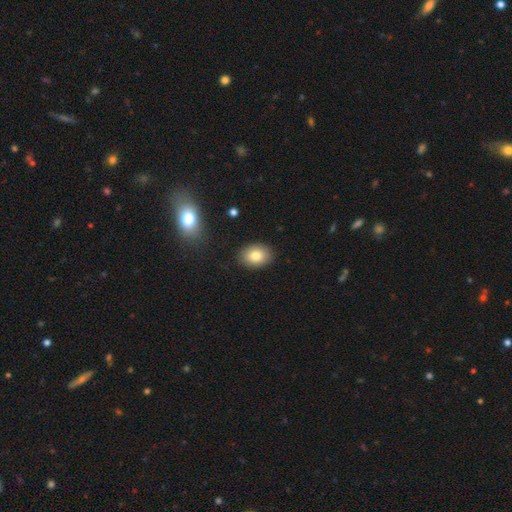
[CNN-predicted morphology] smooth-or-featured: smooth: 80% | featured or disk: 11% | star or artifact: 9%
  how-rounded: in between: 74% | round: 25% | cigar-shaped: 1%
  merging: none: 88% | minor disturbance: 9% | major disturbance: 2% | merger: 1%